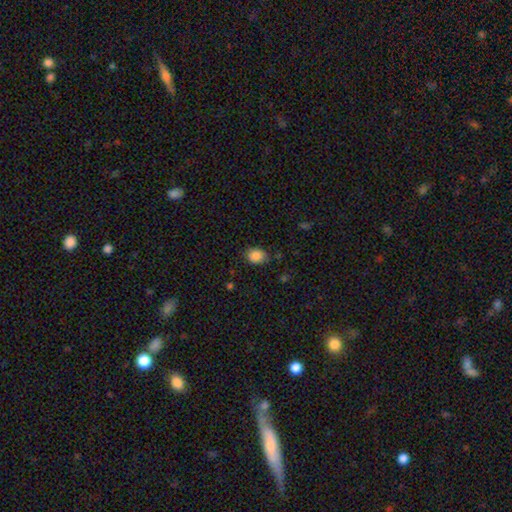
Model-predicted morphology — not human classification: Smooth or featured: smooth — 87% (star or artifact — 9%)
How rounded: in between — 55% (round — 44%)
Merging: none — 77% (minor disturbance — 17%)